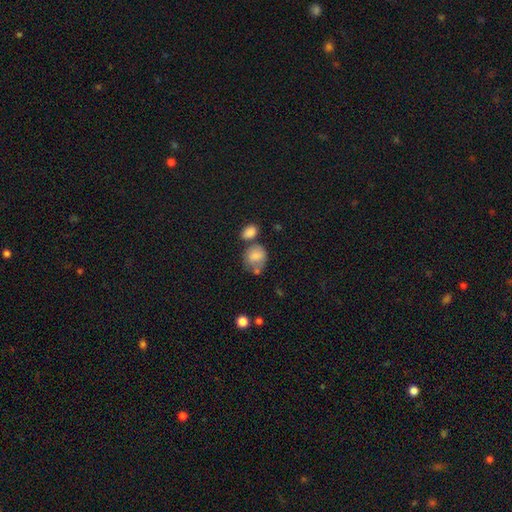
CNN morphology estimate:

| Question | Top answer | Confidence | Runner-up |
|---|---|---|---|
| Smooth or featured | smooth | 80% | featured or disk (11%) |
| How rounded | round | 63% | in between (36%) |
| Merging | none | 44% | merger (26%) |